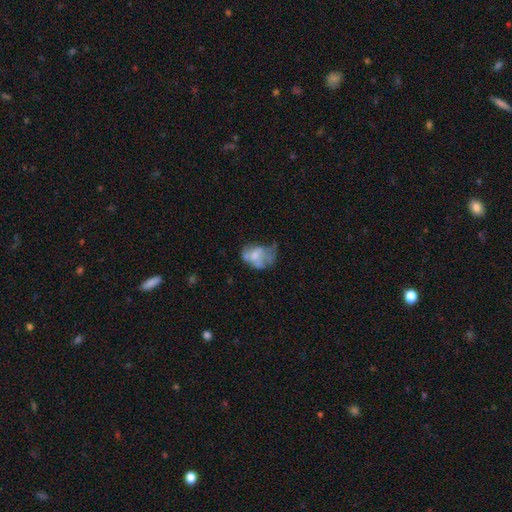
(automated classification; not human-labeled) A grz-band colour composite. It shows a featured or disk galaxy (45%, tied with smooth). Merging: major disturbance (35%).